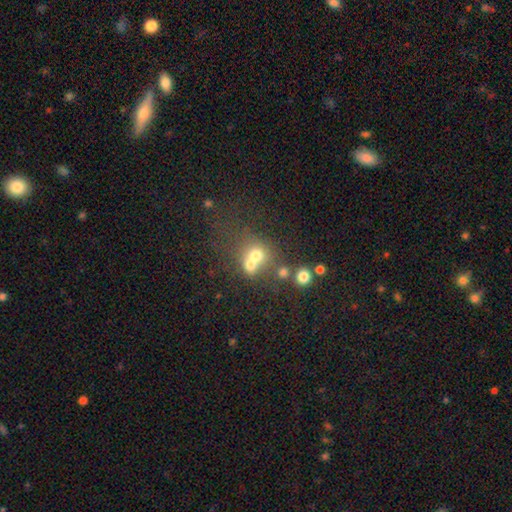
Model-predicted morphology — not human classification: This is likely a smooth galaxy (65%). How rounded: likely round (77%). Merging: possibly merger (53%).